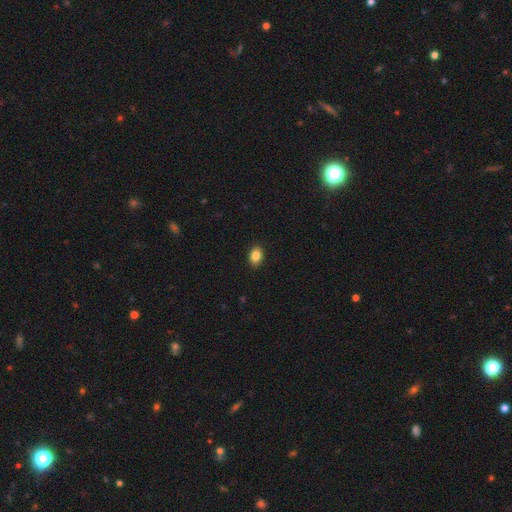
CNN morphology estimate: A smooth galaxy with no disk features (86%) that is in between round and cigar-shaped (80%). Merging: none (90%).